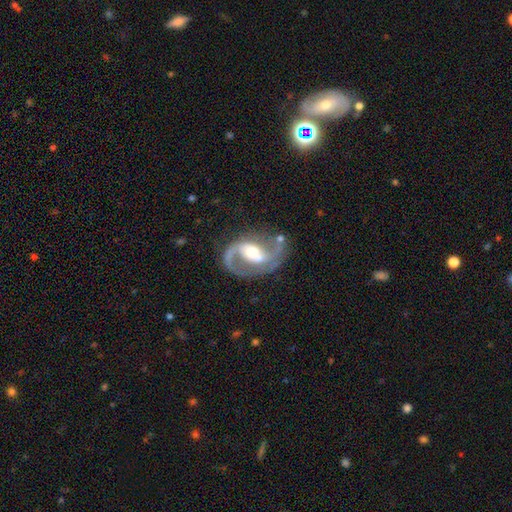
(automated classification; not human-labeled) This is clearly a featured or disk galaxy (89%). It is clearly not viewed edge-on (98%). Bar: marginally weak (42%). Spiral arm pattern: clearly yes (96%). Spiral arm count: clearly 2 (86%). Spiral winding: possibly medium (56%). Central bulge: likely moderate (65%). Merging: likely none (66%).